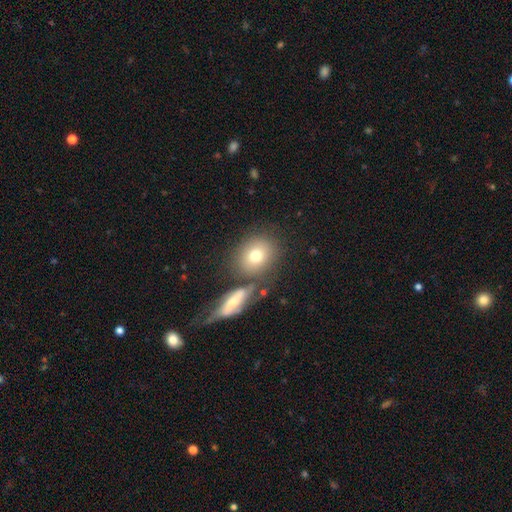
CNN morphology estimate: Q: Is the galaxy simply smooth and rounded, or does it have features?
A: smooth — 75%.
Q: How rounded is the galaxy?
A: round — 64%.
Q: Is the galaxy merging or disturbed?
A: none — 65%.